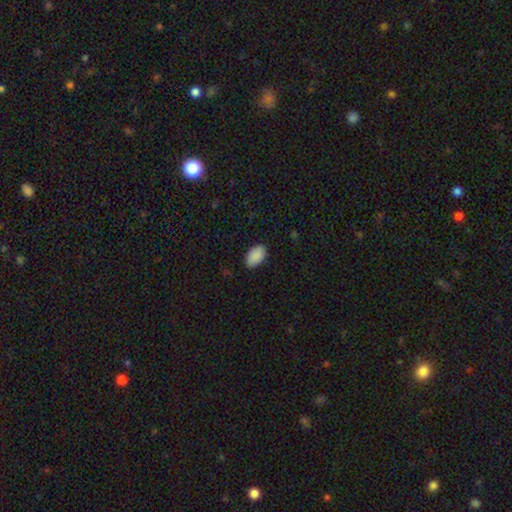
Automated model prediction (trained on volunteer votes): smooth 90%, star or artifact 7%, featured or disk 3%. Down the decision tree: how rounded — in between (94%); merging — none (87%).